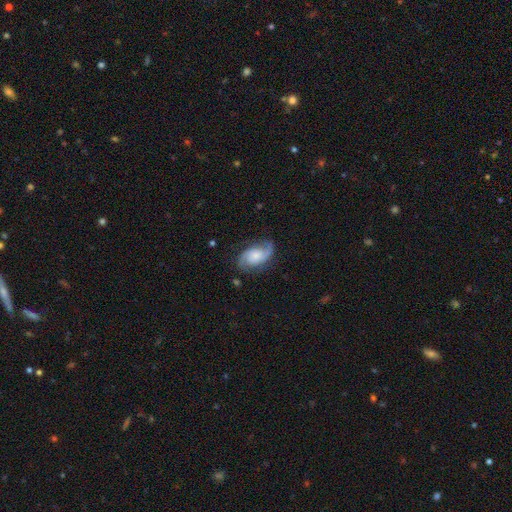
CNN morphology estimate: smooth-or-featured: featured or disk: 82% | smooth: 13% | star or artifact: 6%
  disk-edge-on: no: 97% | yes: 3%
    bar: no: 65% | weak: 29% | strong: 6%
    has-spiral-arms: yes: 96% | no: 4%
      spiral-winding: medium: 48% | loose: 29% | tight: 24%
      spiral-arm-count: 2: 90% | can't tell: 4% | 1: 3% | 3: 2% | 4: 1% | more than 4: 1%
    bulge-size: small: 48% | moderate: 34% | none: 9% | large: 7% | dominant: 2%
  merging: none: 75% | minor disturbance: 17% | major disturbance: 7% | merger: 1%